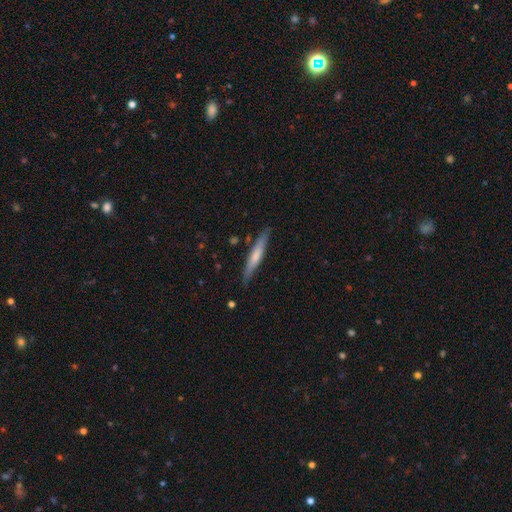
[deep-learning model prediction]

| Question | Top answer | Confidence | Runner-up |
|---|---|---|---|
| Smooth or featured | smooth | 56% | featured or disk (39%) |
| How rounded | cigar-shaped | 94% | in between (5%) |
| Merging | none | 84% | minor disturbance (12%) |